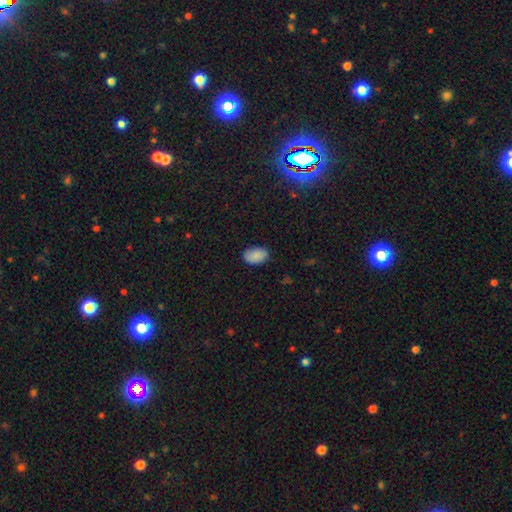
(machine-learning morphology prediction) A smooth galaxy with no disk features (87%) that is in between round and cigar-shaped (91%). Merging: none (83%).